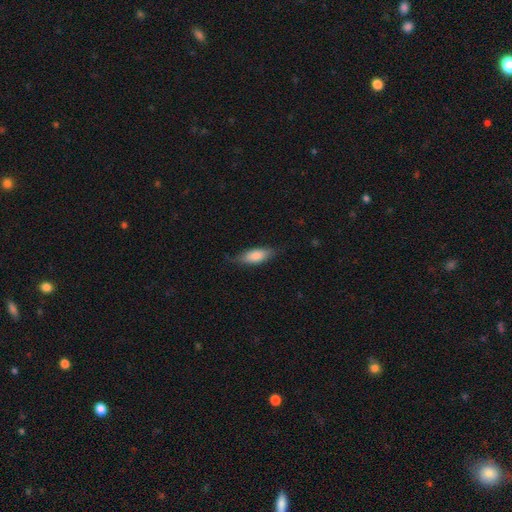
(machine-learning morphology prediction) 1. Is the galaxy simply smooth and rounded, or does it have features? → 79% smooth, 15% featured or disk, 6% star or artifact.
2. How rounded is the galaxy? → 75% in between, 23% cigar-shaped, 2% round.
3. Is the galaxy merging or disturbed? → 71% none, 23% minor disturbance, 5% major disturbance, 1% merger.